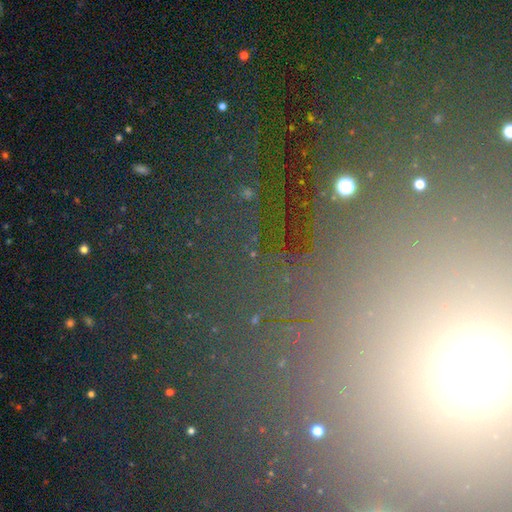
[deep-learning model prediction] smooth-or-featured: star or artifact: 66% | smooth: 22% | featured or disk: 11%